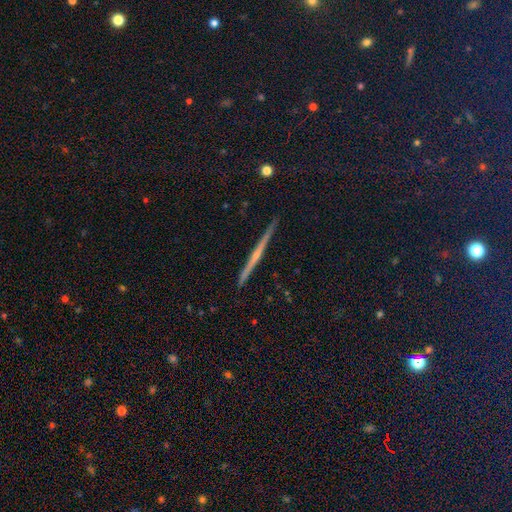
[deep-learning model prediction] Morphology: type=featured or disk (74%); edge-on=yes (98%); edge-on bulge=rounded (54%); merging=none (91%).